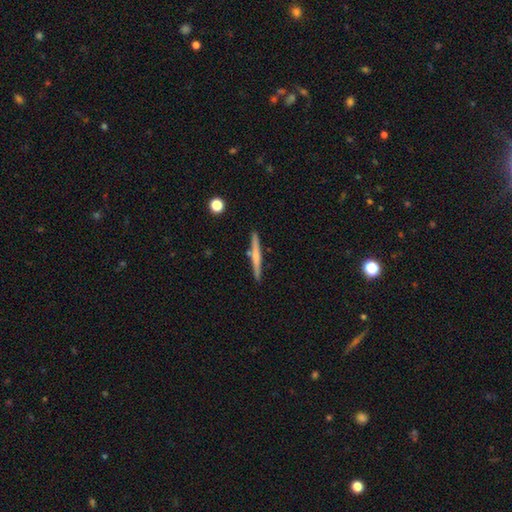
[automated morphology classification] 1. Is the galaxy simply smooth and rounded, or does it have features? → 49% featured or disk, 46% smooth, 6% star or artifact.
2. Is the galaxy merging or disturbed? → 87% none, 8% minor disturbance, 3% merger, 2% major disturbance.